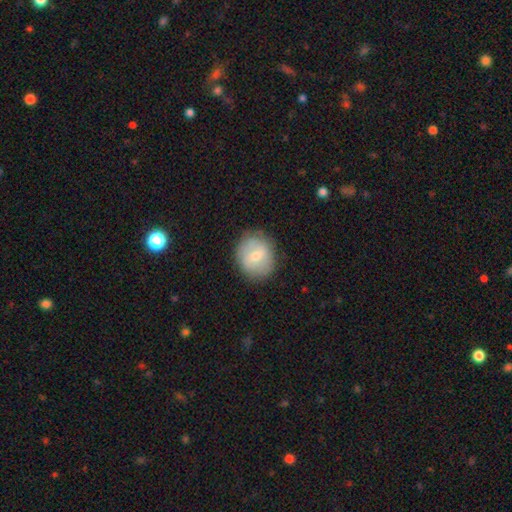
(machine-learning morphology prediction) Q: Smooth or featured?
A: smooth (61%); runner-up: featured or disk (32%)
Q: How rounded?
A: round (75%); runner-up: in between (24%)
Q: Merging?
A: none (81%); runner-up: minor disturbance (14%)